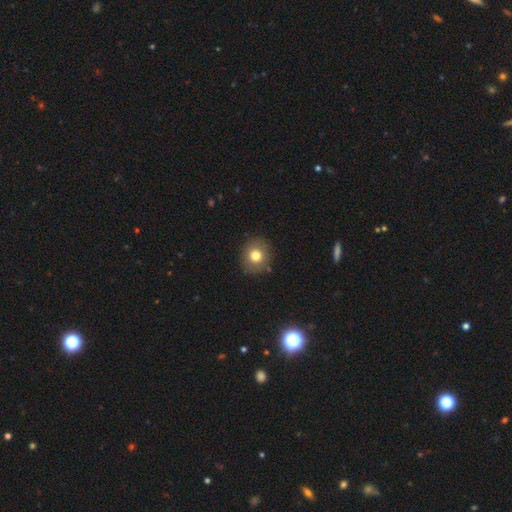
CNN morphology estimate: Q: Smooth or featured?
A: smooth (77%); runner-up: featured or disk (12%)
Q: How rounded?
A: round (84%); runner-up: in between (15%)
Q: Merging?
A: none (88%); runner-up: minor disturbance (8%)